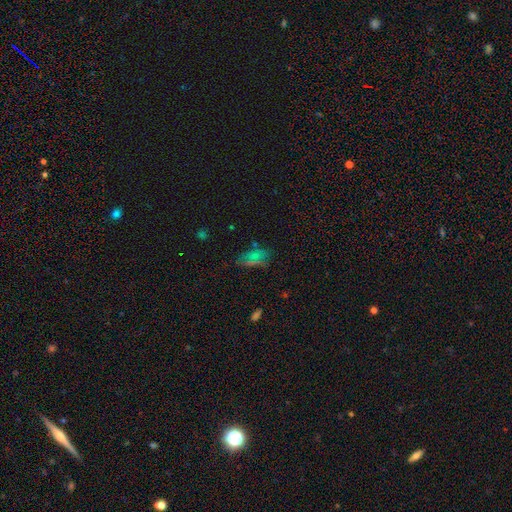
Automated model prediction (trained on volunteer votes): A smooth galaxy with no disk features (56%) that is in between round and cigar-shaped (85%). Merging: none (71%).